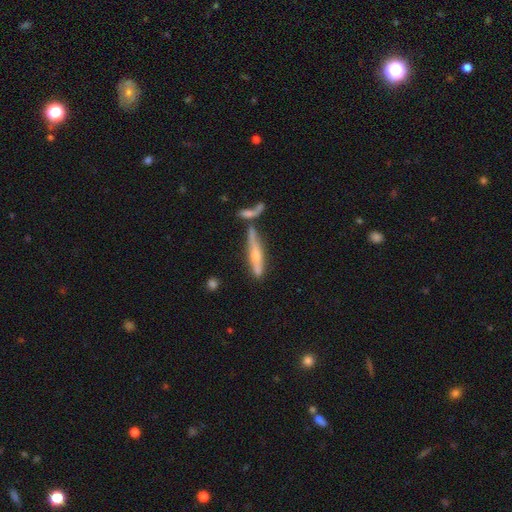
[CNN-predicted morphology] This appears to be a featured or disk galaxy (62%) viewed edge-on (88%) with a rounded central bulge (84%). Merging: none (51%).